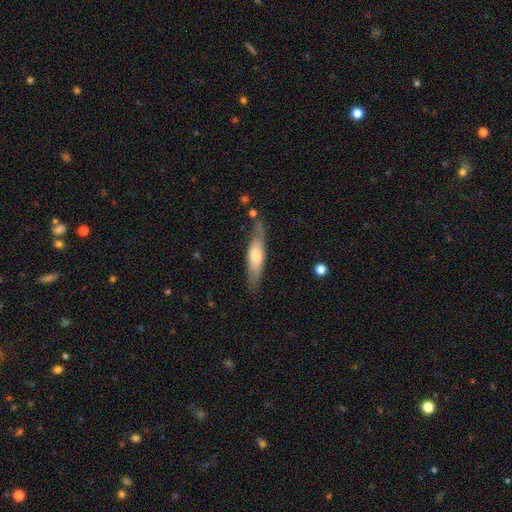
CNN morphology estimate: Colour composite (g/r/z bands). It shows a smooth galaxy with no disk features (55%) that is cigar-shaped (70%). Merging: none (77%).